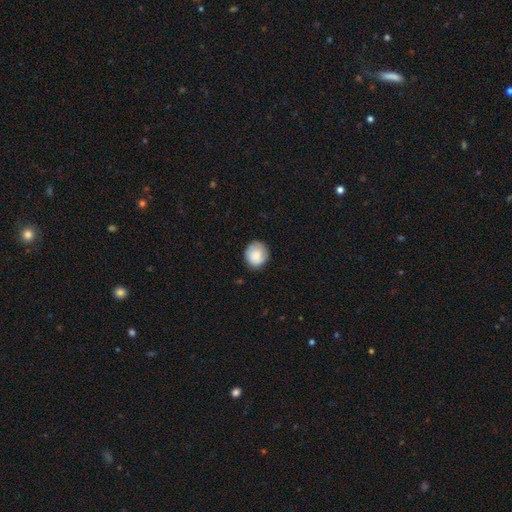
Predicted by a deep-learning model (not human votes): smooth-or-featured: smooth: 78% | featured or disk: 15% | star or artifact: 7%
  how-rounded: round: 82% | in between: 17% | cigar-shaped: 1%
  merging: none: 81% | minor disturbance: 15% | major disturbance: 3% | merger: 1%